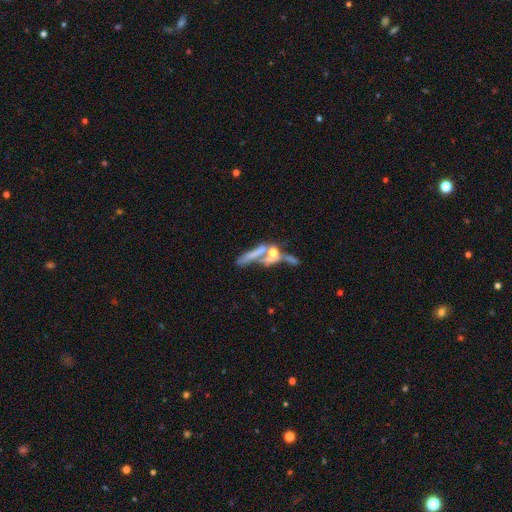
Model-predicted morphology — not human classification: featured or disk 49%, smooth 35%, star or artifact 17%. Down the decision tree: merging — merger (40%).